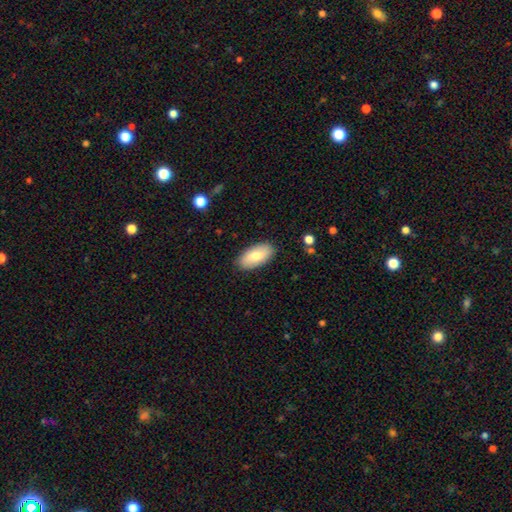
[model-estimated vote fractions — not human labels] Smooth or featured?
  - smooth: 75% *
  - featured or disk: 19%
  - star or artifact: 6%
How rounded?
  - in between: 94% *
  - cigar-shaped: 4%
  - round: 2%
Merging?
  - none: 88% *
  - minor disturbance: 9%
  - major disturbance: 2%
  - merger: 1%